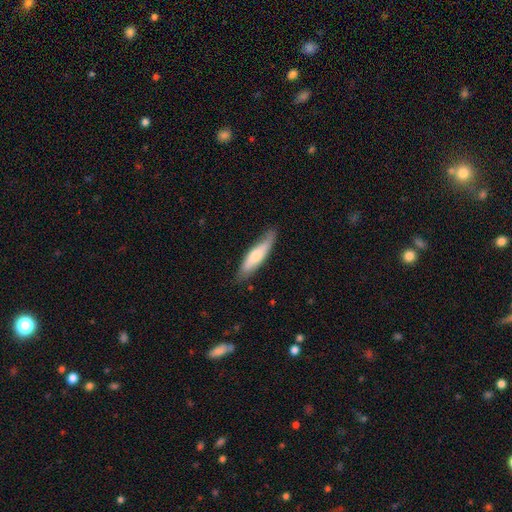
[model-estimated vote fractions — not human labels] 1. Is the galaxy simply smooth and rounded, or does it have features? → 66% smooth, 29% featured or disk, 5% star or artifact.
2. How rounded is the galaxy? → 73% cigar-shaped, 26% in between, 1% round.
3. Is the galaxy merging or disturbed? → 75% none, 20% minor disturbance, 4% major disturbance, 1% merger.